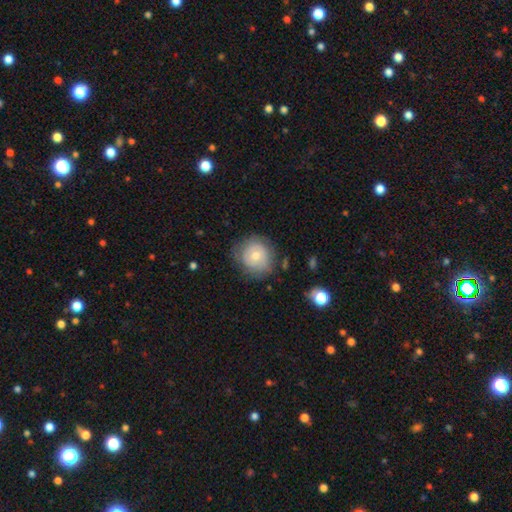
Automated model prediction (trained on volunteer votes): Smooth or featured? Predicted: smooth (p=0.59). How rounded? Predicted: round (p=0.86). Merging? Predicted: none (p=0.73).